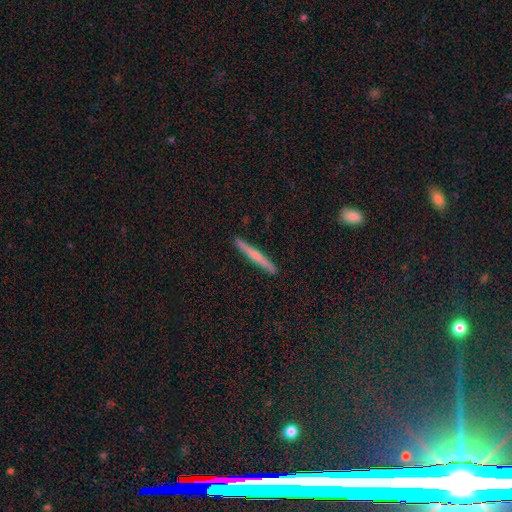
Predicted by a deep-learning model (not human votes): Smooth or featured?
  - smooth: 54% *
  - featured or disk: 39%
  - star or artifact: 7%
How rounded?
  - cigar-shaped: 96% *
  - in between: 2%
  - round: 2%
Merging?
  - none: 91% *
  - minor disturbance: 6%
  - major disturbance: 1%
  - merger: 1%